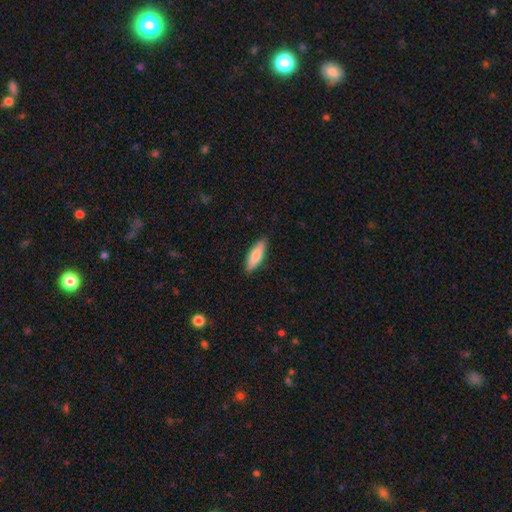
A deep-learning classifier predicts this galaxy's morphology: Smooth or featured? Predicted: smooth (p=0.80). How rounded? Predicted: cigar-shaped (p=0.51). Merging? Predicted: none (p=0.89).